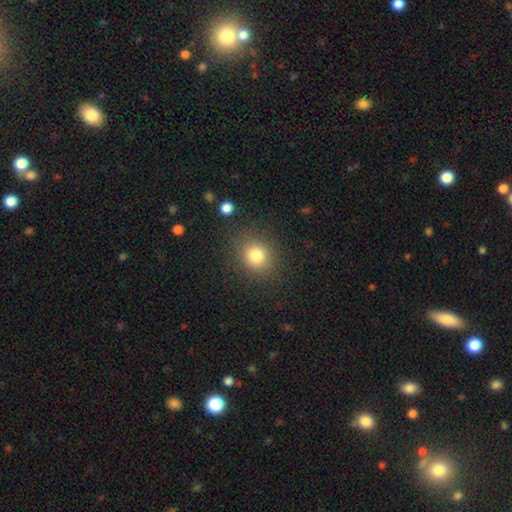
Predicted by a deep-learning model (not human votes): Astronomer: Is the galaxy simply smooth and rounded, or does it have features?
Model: smooth — 80%.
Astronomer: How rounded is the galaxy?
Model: round — 76%.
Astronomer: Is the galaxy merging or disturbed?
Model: none — 85%.